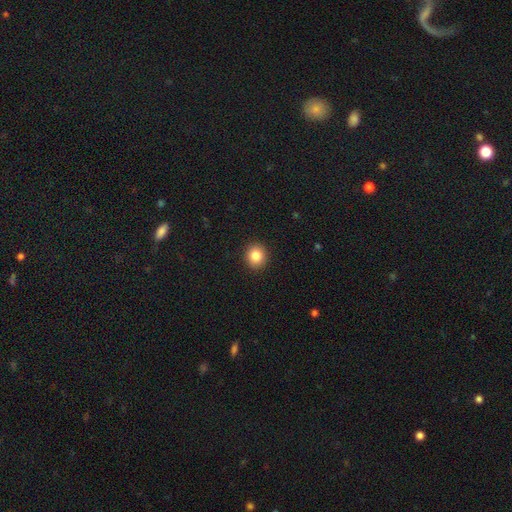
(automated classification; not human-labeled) Smooth or featured? Predicted: smooth (p=0.85). How rounded? Predicted: round (p=0.86). Merging? Predicted: none (p=0.92).